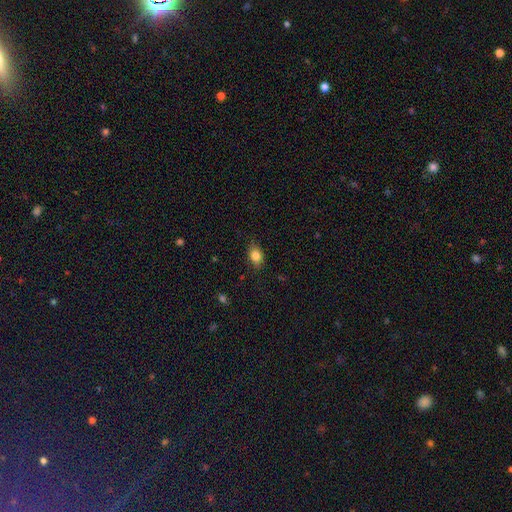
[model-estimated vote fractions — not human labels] smooth-or-featured: smooth: 82% | featured or disk: 9% | star or artifact: 9%
  how-rounded: in between: 75% | round: 22% | cigar-shaped: 3%
  merging: none: 79% | minor disturbance: 16% | major disturbance: 3% | merger: 1%